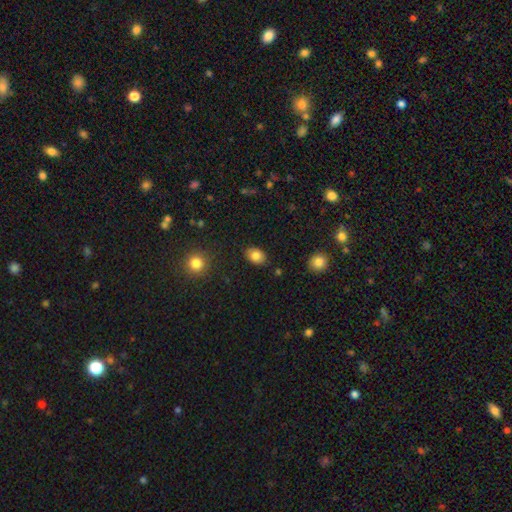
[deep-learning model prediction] Smooth or featured: smooth — 84% (star or artifact — 9%)
How rounded: in between — 80% (round — 19%)
Merging: none — 86% (minor disturbance — 10%)